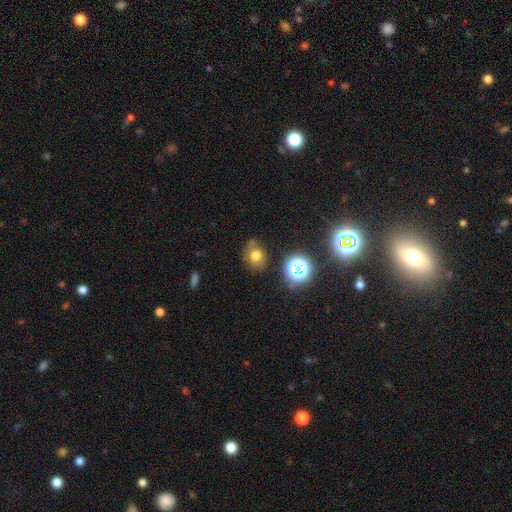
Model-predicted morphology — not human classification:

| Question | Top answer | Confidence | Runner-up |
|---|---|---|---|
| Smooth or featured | smooth | 71% | star or artifact (18%) |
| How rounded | round | 63% | in between (36%) |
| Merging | none | 69% | minor disturbance (18%) |